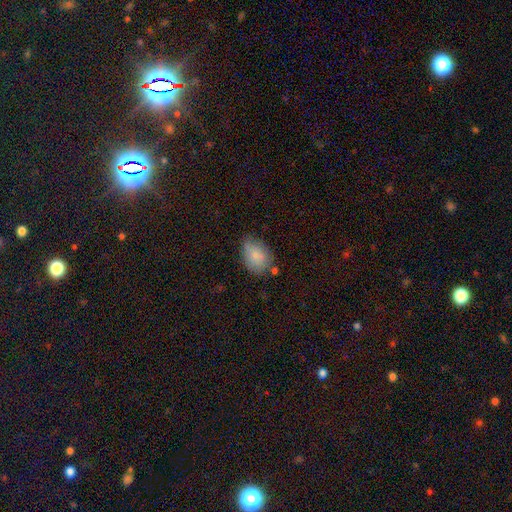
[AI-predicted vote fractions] smooth 80%, featured or disk 12%, star or artifact 8%. Down the decision tree: how rounded — in between (79%); merging — none (57%).